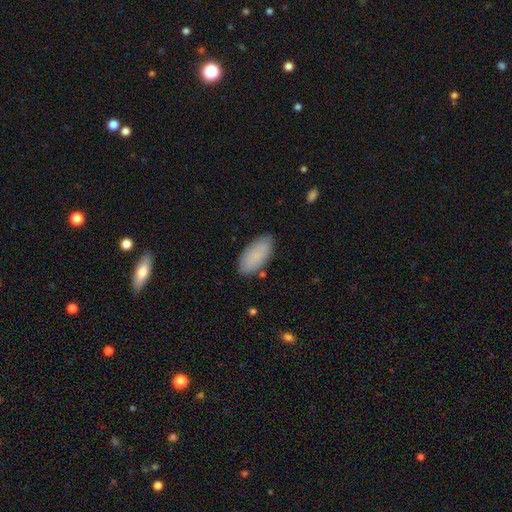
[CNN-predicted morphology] Q: Smooth or featured?
A: smooth (85%); runner-up: featured or disk (8%)
Q: How rounded?
A: in between (92%); runner-up: cigar-shaped (6%)
Q: Merging?
A: none (85%); runner-up: minor disturbance (11%)